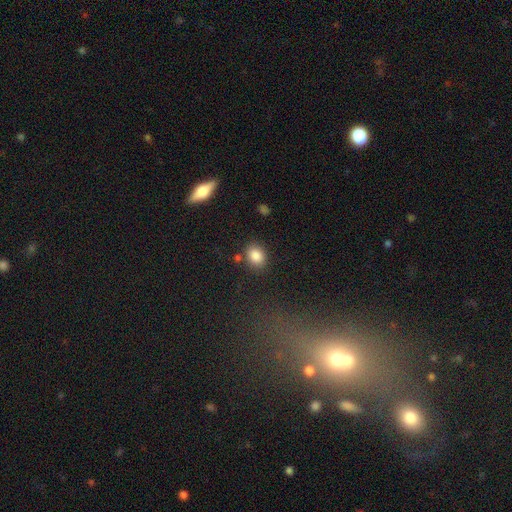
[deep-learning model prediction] Overall: smooth (85%). How rounded: round (49%, tied with in between). Merging: none (79%).